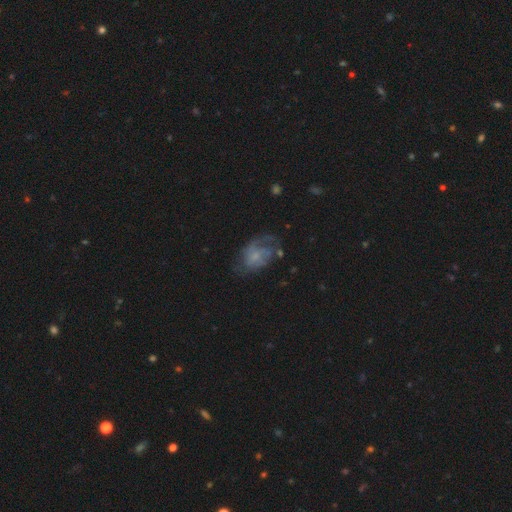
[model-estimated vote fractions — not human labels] Smooth or featured?
  - featured or disk: 59% *
  - smooth: 31%
  - star or artifact: 10%
Edge-on disk?
  - no: 97% *
  - yes: 3%
Bar?
  - no: 73% *
  - weak: 24%
  - strong: 3%
Spiral arms?
  - yes: 73% *
  - no: 27%
Bulge size?
  - small: 45% *
  - none: 32%
  - moderate: 18%
  - large: 4%
  - dominant: 1%
Merging?
  - none: 42% *
  - major disturbance: 31%
  - minor disturbance: 24%
  - merger: 3%